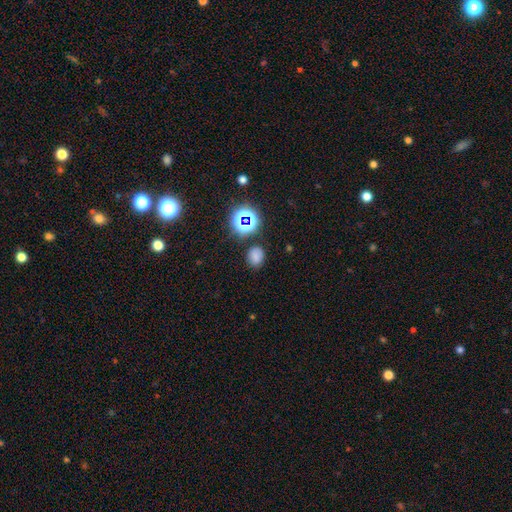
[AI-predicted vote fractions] Smooth or featured? smooth (71%)
How rounded? round (56%)
Merging? none (81%)